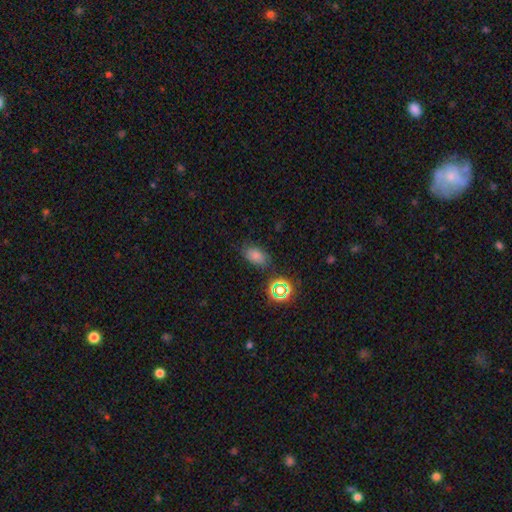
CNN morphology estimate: smooth 71%, star or artifact 20%, featured or disk 9%. Down the decision tree: how rounded — in between (85%); merging — none (75%).